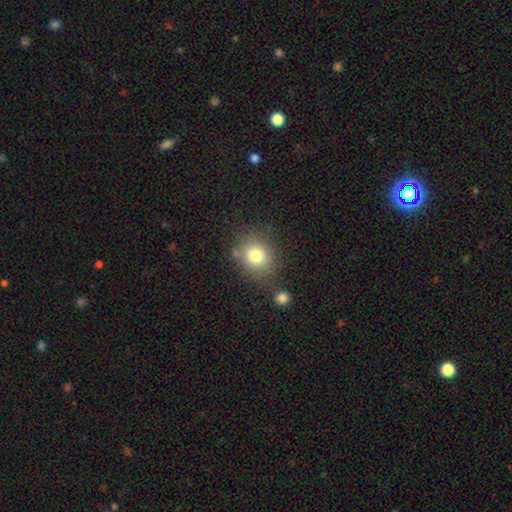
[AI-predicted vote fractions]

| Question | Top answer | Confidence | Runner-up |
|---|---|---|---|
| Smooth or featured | smooth | 79% | star or artifact (12%) |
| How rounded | round | 73% | in between (27%) |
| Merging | none | 73% | minor disturbance (14%) |